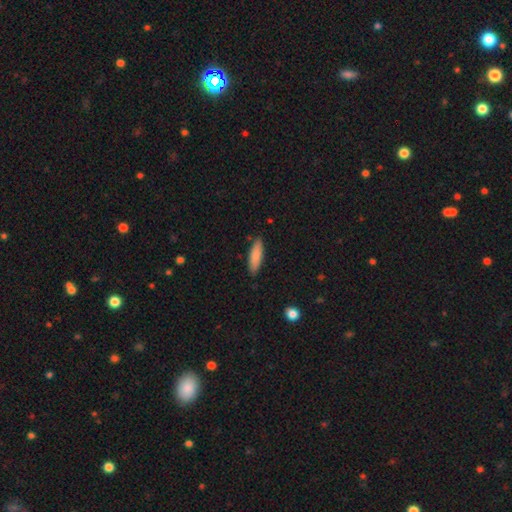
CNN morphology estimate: A smooth galaxy with no disk features (83%) that is cigar-shaped (58%). Merging: none (87%).